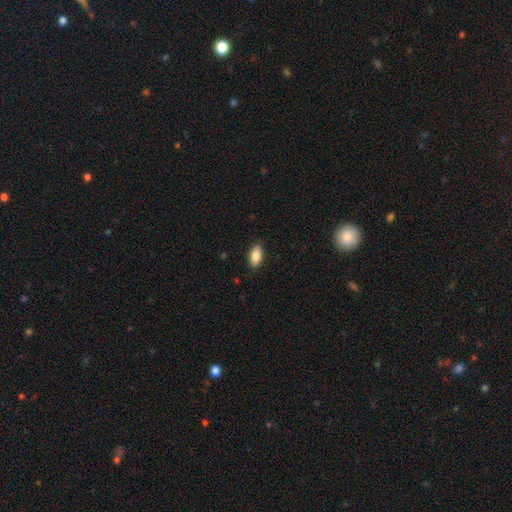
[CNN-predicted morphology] Smooth or featured?
  - smooth: 86% *
  - featured or disk: 7%
  - star or artifact: 7%
How rounded?
  - in between: 88% *
  - cigar-shaped: 9%
  - round: 2%
Merging?
  - none: 88% *
  - minor disturbance: 9%
  - major disturbance: 2%
  - merger: 1%